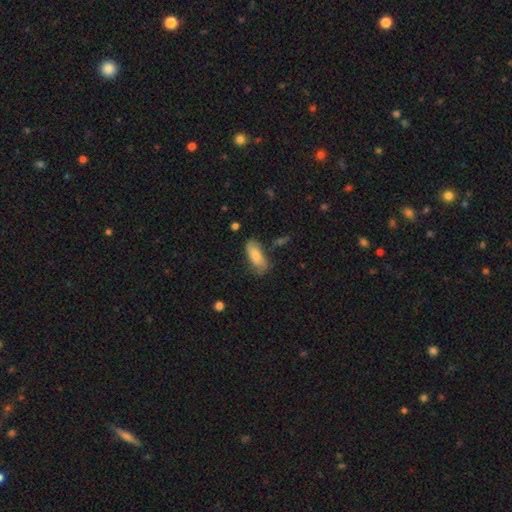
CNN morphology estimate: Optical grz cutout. It shows a smooth galaxy with no disk features (75%) that is in between round and cigar-shaped (84%). Merging: none (62%).